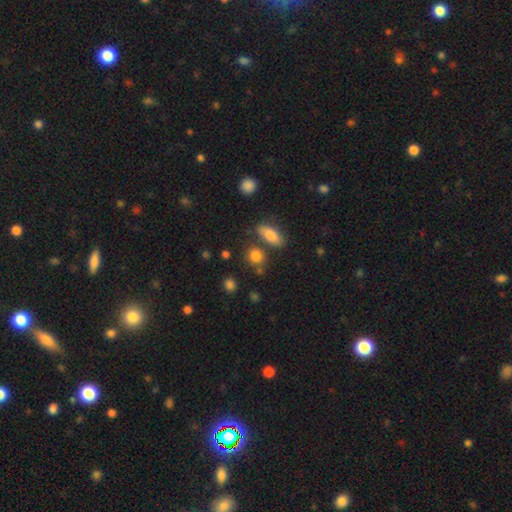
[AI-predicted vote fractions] smooth 83%, star or artifact 10%, featured or disk 7%. Down the decision tree: how rounded — round (57%); merging — none (70%).